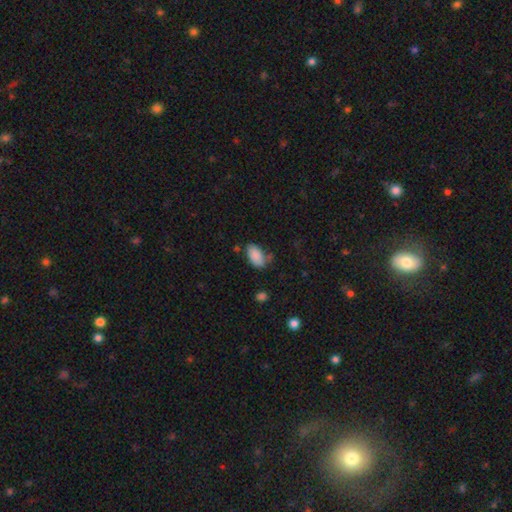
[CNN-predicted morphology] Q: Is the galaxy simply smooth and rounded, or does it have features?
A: smooth — 88%.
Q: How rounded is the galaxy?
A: in between — 94%.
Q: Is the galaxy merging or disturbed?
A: none — 69%.